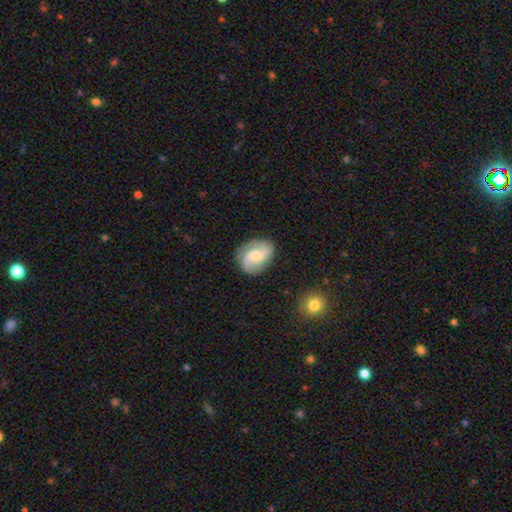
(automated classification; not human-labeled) smooth_or_featured: featured or disk (p=0.76) [alt: smooth p=0.18]
disk_edge_on: no (p=0.98) [alt: yes p=0.02]
bar: weak (p=0.47) [alt: no p=0.43]
has_spiral_arms: yes (p=0.96) [alt: no p=0.04]
spiral_winding: medium (p=0.47) [alt: loose p=0.35]
spiral_arm_count: 2 (p=0.82) [alt: 3 p=0.07]
bulge_size: small (p=0.42) [alt: moderate p=0.41]
merging: none (p=0.81) [alt: minor disturbance p=0.13]